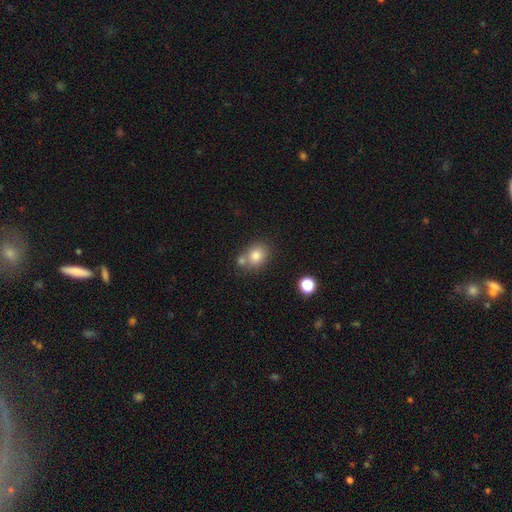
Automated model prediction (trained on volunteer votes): smooth 80%, star or artifact 11%, featured or disk 10%. Down the decision tree: how rounded — round (60%); merging — none (57%).